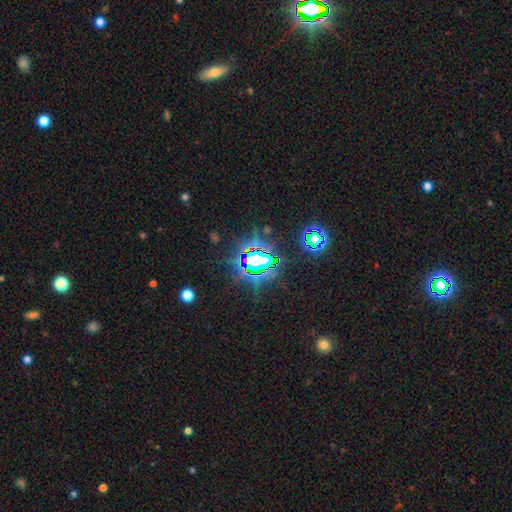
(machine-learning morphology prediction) Smooth or featured: star or artifact — 82% (smooth — 12%)